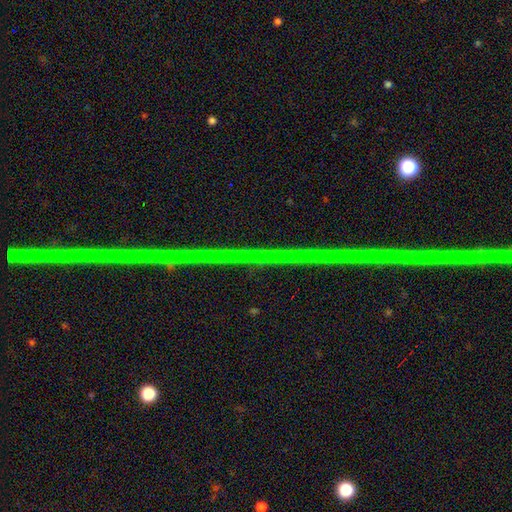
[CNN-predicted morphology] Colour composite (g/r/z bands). It shows a star or artifact, not a galaxy (85%).